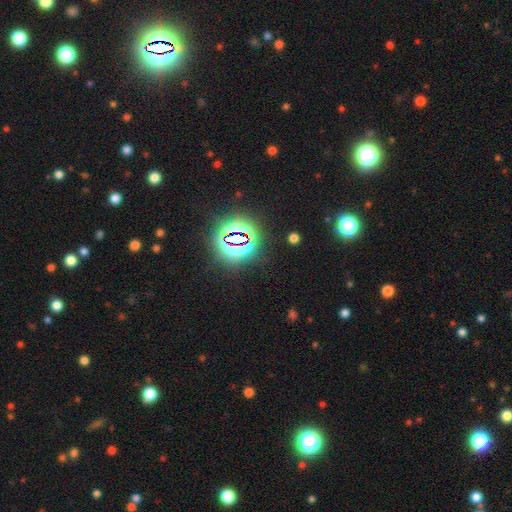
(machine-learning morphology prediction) Smooth or featured? Predicted: star or artifact (p=0.82).